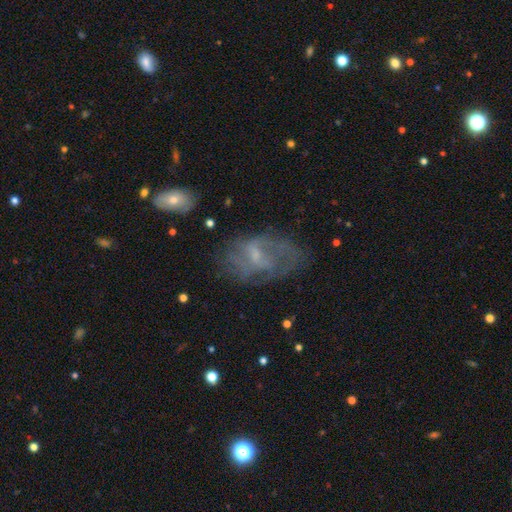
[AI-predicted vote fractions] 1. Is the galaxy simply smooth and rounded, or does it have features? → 63% featured or disk, 27% smooth, 10% star or artifact.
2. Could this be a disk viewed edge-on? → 96% no, 4% yes.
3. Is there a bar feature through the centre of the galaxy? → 47% weak, 45% no, 9% strong.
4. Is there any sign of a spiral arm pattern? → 55% yes, 45% no.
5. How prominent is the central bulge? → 54% small, 24% moderate, 19% none, 2% large, 1% dominant.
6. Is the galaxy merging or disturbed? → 46% none, 28% major disturbance, 22% minor disturbance, 3% merger.